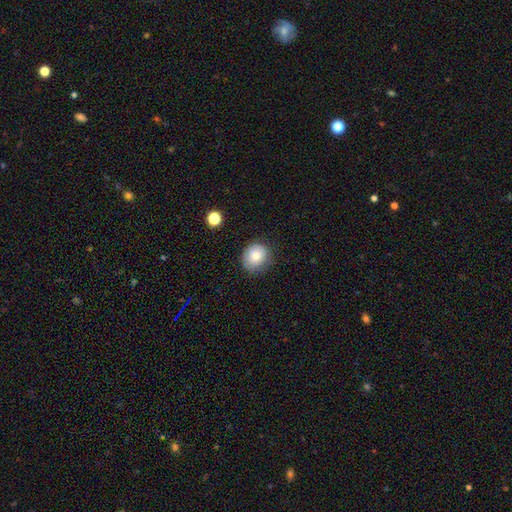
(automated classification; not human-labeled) smooth 77%, featured or disk 14%, star or artifact 9%. Down the decision tree: how rounded — round (80%); merging — none (77%).